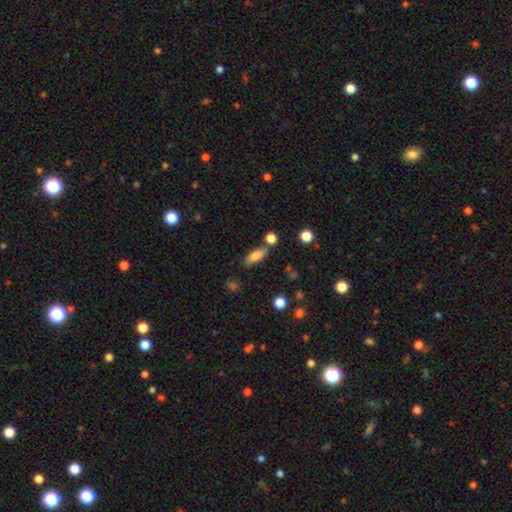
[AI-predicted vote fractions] The model was most divided on "how rounded": in between: 66%, cigar-shaped: 31%, round: 3%. More confident: smooth or featured — smooth (78%); merging — none (75%).